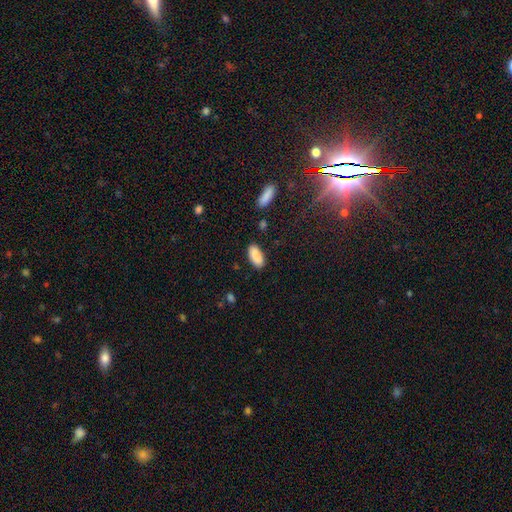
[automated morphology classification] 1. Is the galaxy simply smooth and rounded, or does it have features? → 89% smooth, 7% star or artifact, 4% featured or disk.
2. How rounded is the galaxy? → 89% in between, 10% cigar-shaped, 2% round.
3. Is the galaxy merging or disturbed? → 86% none, 10% minor disturbance, 2% major disturbance, 2% merger.